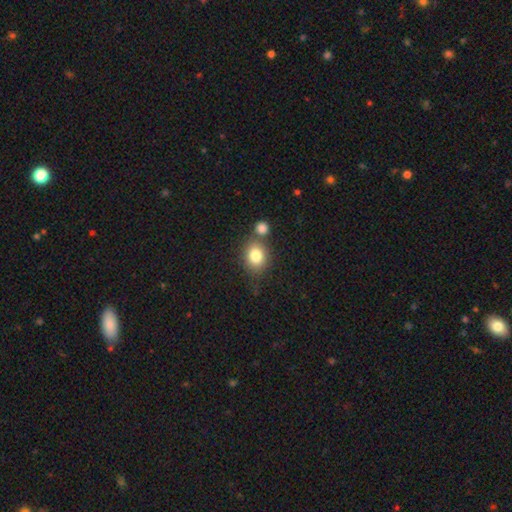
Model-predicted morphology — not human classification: smooth-or-featured: smooth: 82% | star or artifact: 9% | featured or disk: 9%
  how-rounded: round: 63% | in between: 36% | cigar-shaped: 1%
  merging: none: 60% | merger: 24% | minor disturbance: 12% | major disturbance: 4%